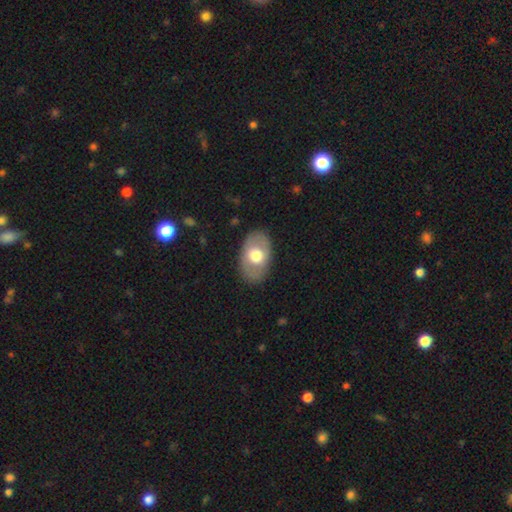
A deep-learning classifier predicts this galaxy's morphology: A smooth galaxy with no disk features (57%) that is in between round and cigar-shaped (87%). Merging: none (83%).